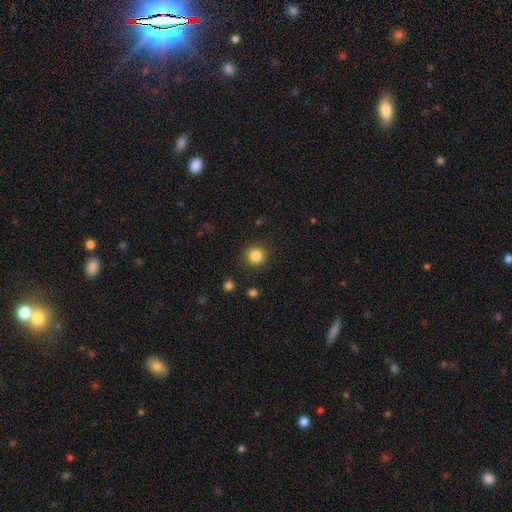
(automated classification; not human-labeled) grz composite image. It shows a smooth galaxy with no disk features (85%) that is round (93%). Merging: none (90%).